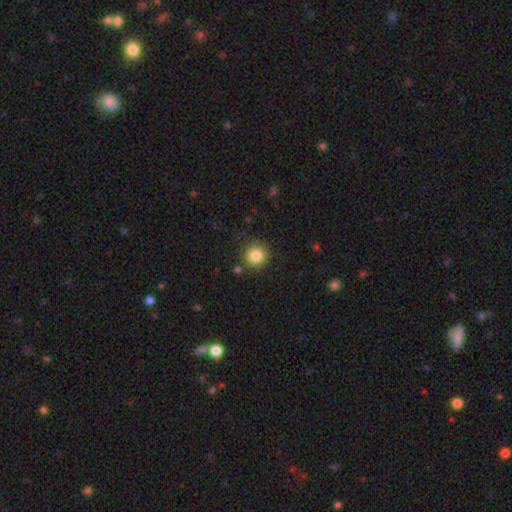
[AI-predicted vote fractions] This is clearly a smooth galaxy (85%). How rounded: clearly round (93%). Merging: clearly none (86%).